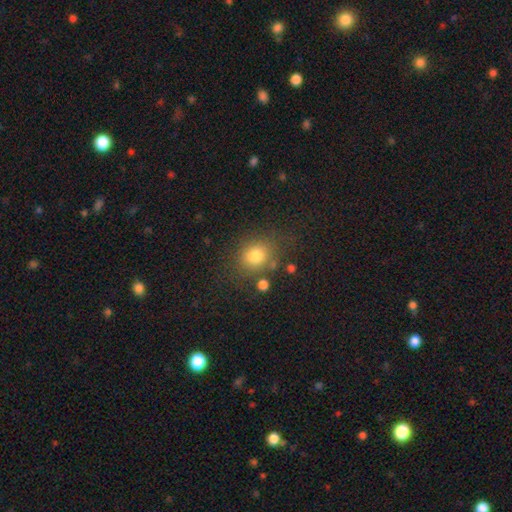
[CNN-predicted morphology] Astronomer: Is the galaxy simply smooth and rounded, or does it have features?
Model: smooth — 77%.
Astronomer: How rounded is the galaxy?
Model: round — 67%.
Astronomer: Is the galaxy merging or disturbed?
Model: none — 73%.